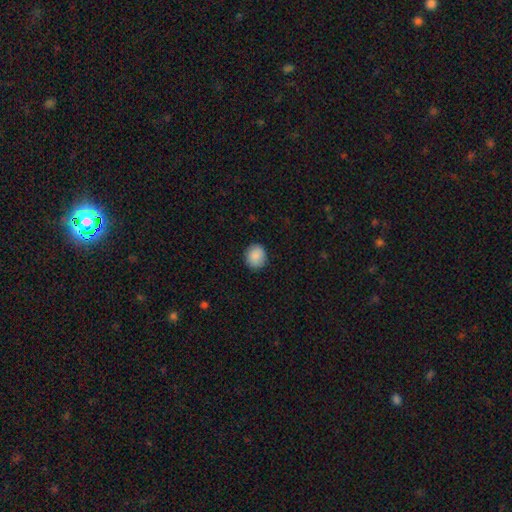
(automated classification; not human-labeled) smooth 89%, star or artifact 8%, featured or disk 4%. Down the decision tree: how rounded — round (77%); merging — none (88%).